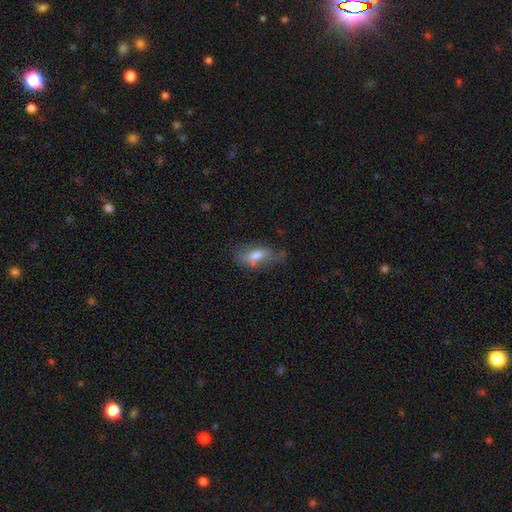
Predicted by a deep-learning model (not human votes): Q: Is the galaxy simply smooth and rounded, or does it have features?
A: smooth — 60%.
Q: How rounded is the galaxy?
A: in between — 75%.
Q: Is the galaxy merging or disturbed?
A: none — 48%.